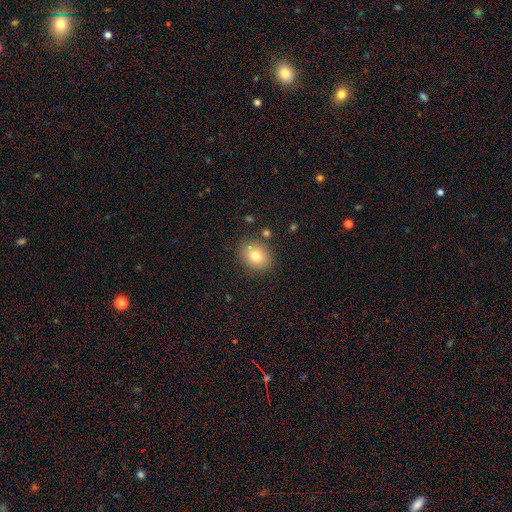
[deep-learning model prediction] The model was most divided on "how rounded": round: 57%, in between: 42%, cigar-shaped: 1%. More confident: merging — none (83%); smooth or featured — smooth (78%).